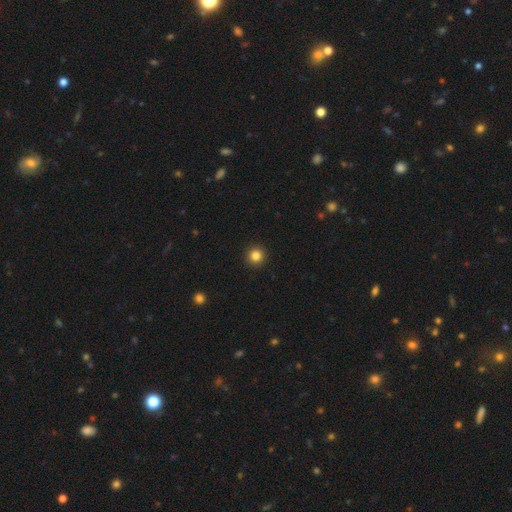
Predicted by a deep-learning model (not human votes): Q: Smooth or featured?
A: smooth (84%); runner-up: star or artifact (11%)
Q: How rounded?
A: round (95%); runner-up: in between (4%)
Q: Merging?
A: none (93%); runner-up: minor disturbance (4%)